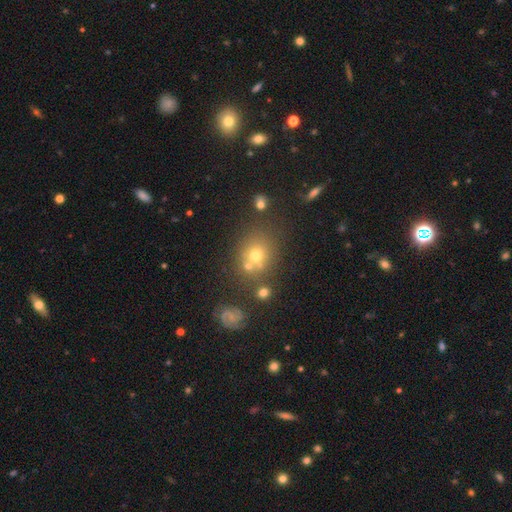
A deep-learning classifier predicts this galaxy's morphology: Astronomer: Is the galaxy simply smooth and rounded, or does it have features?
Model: smooth — 61%.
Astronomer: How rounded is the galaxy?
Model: round — 70%.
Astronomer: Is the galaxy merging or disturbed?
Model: none — 59%.